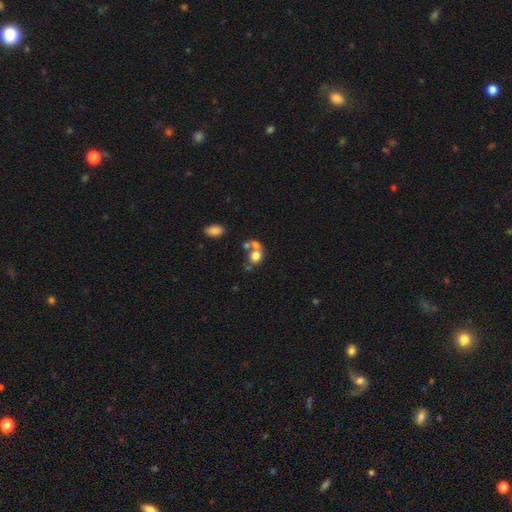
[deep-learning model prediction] Smooth or featured? smooth (68%)
How rounded? round (65%)
Merging? merger (51%)